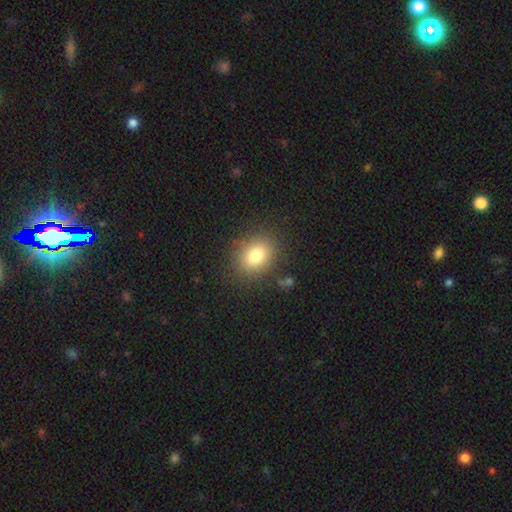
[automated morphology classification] A smooth galaxy with no disk features (82%) that is in between round and cigar-shaped (55%). Merging: none (84%).